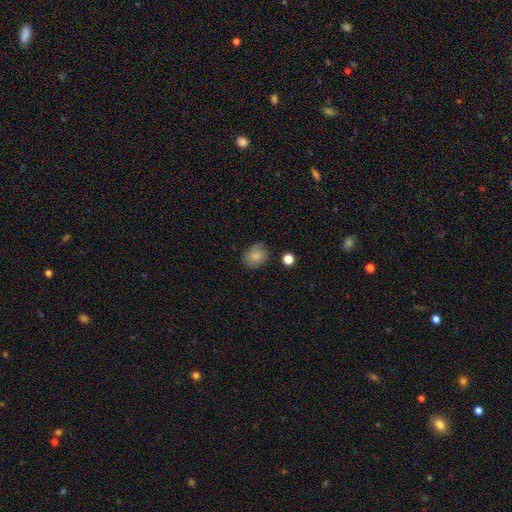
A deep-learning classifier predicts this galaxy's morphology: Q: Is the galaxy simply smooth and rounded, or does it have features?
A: smooth — 82%.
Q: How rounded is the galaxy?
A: in between — 52%.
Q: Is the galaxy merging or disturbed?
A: none — 74%.